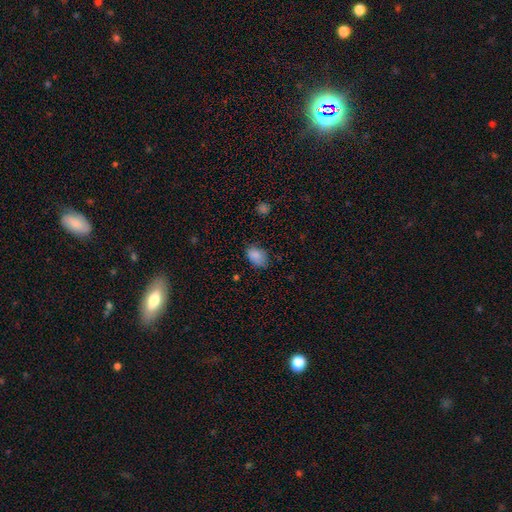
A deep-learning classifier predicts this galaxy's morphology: Smooth or featured: smooth — 84% (star or artifact — 11%)
How rounded: in between — 80% (round — 18%)
Merging: none — 73% (minor disturbance — 22%)